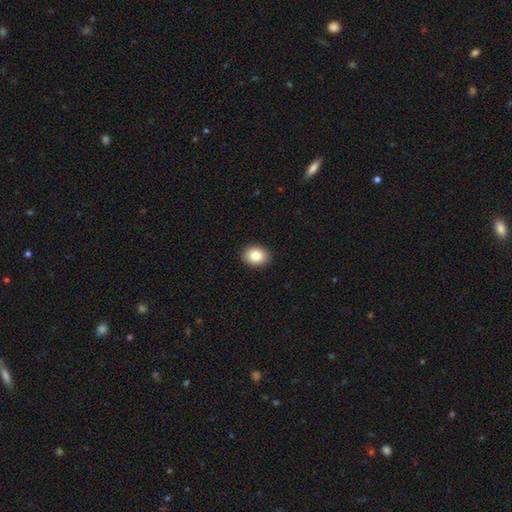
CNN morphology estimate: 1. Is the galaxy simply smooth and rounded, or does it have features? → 84% smooth, 9% star or artifact, 7% featured or disk.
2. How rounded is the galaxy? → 55% in between, 45% round, 1% cigar-shaped.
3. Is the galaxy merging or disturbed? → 91% none, 6% minor disturbance, 2% major disturbance, 1% merger.